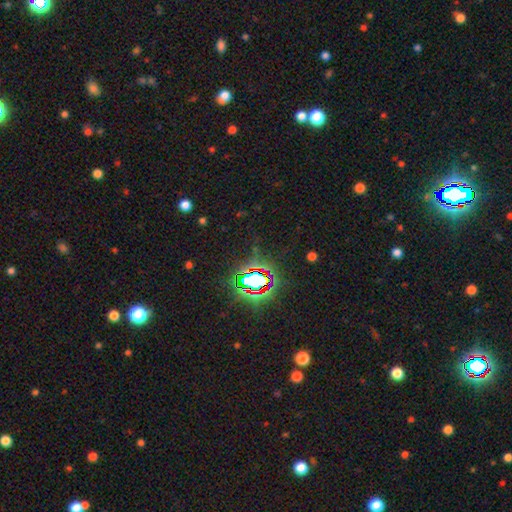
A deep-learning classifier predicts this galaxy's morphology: The model was most divided on "smooth or featured": star or artifact: 79%, smooth: 12%, featured or disk: 9%.